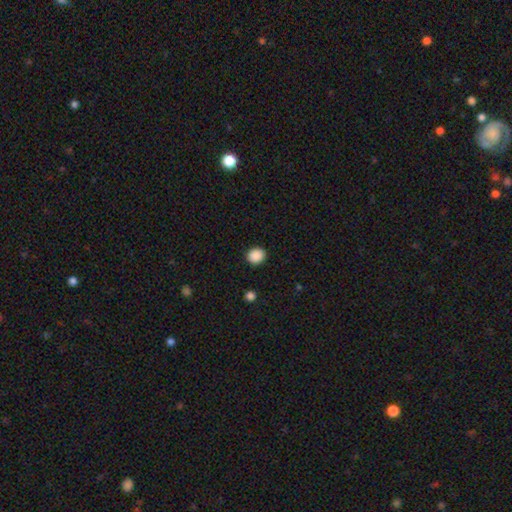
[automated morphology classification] Smooth or featured? Predicted: smooth (p=0.89). How rounded? Predicted: round (p=0.70). Merging? Predicted: none (p=0.90).